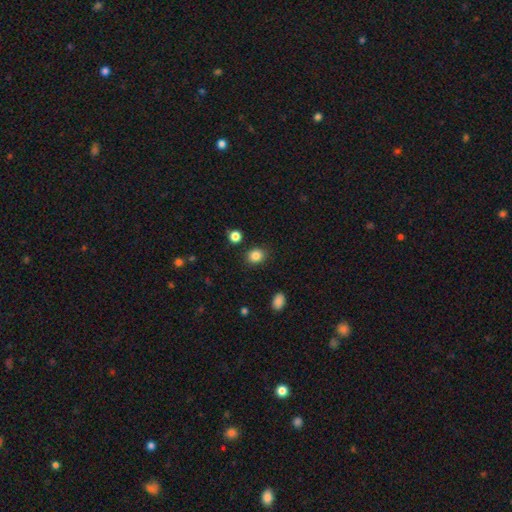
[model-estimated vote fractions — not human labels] A smooth galaxy with no disk features (85%) that is round (64%).

Vote fractions:
- Smooth or featured? smooth: 85% / star or artifact: 11% / featured or disk: 4%
- How rounded? round: 64% / in between: 35% / cigar-shaped: 1%
- Merging? none: 87% / minor disturbance: 8% / merger: 3% / major disturbance: 2%